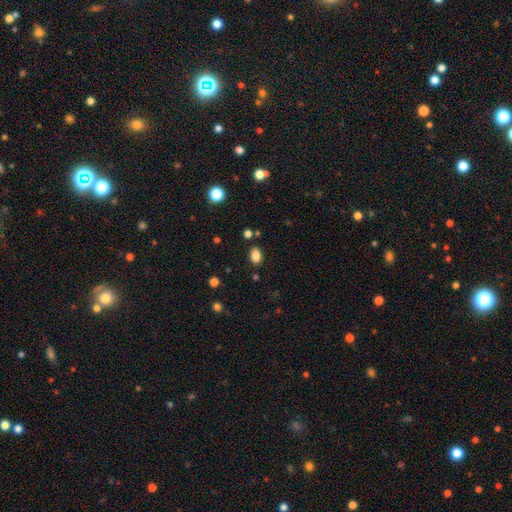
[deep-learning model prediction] Smooth or featured?
  - smooth: 84% *
  - star or artifact: 11%
  - featured or disk: 5%
How rounded?
  - in between: 83% *
  - round: 16%
  - cigar-shaped: 1%
Merging?
  - none: 84% *
  - minor disturbance: 10%
  - merger: 3%
  - major disturbance: 3%